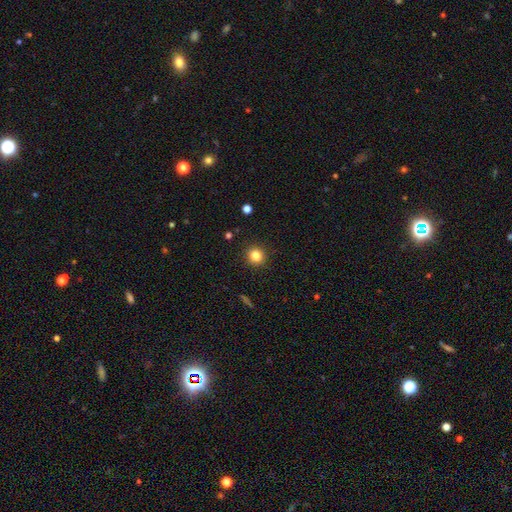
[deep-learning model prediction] Smooth or featured: smooth — 82% (star or artifact — 12%)
How rounded: round — 91% (in between — 8%)
Merging: none — 92% (minor disturbance — 6%)